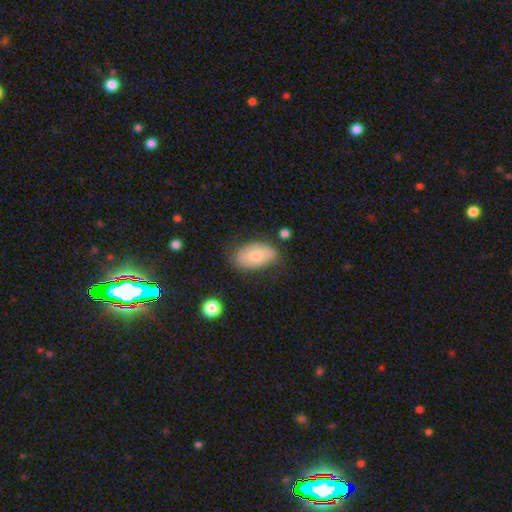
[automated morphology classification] This is likely a smooth galaxy (66%). How rounded: clearly in between (92%). Merging: likely none (65%).